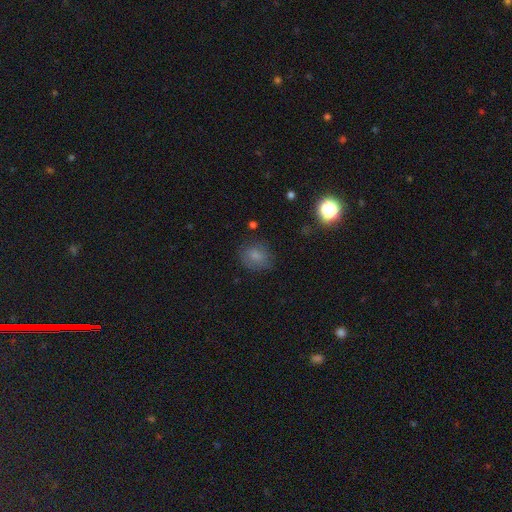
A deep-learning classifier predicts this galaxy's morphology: The model was most divided on "how rounded": round: 69%, in between: 30%, cigar-shaped: 1%. More confident: smooth or featured — smooth (79%); merging — none (73%).